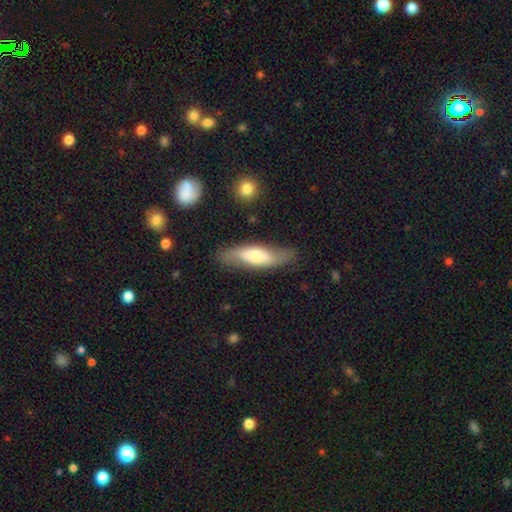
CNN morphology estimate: Smooth or featured?
  - smooth: 60% *
  - featured or disk: 34%
  - star or artifact: 6%
How rounded?
  - cigar-shaped: 53% *
  - in between: 45%
  - round: 2%
Merging?
  - none: 73% *
  - minor disturbance: 19%
  - major disturbance: 6%
  - merger: 2%